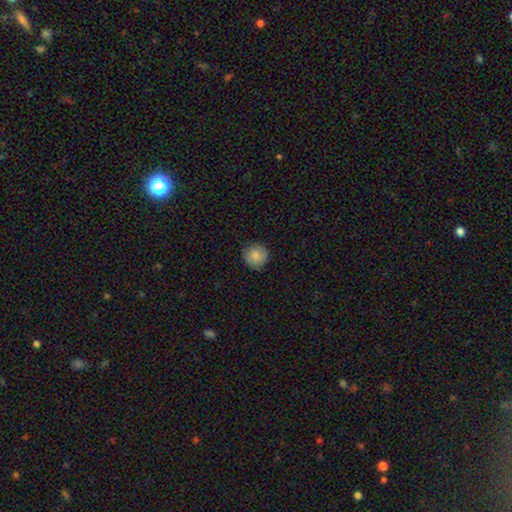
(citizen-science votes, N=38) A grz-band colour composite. It shows a smooth galaxy with no disk features (87%) that is round (97%). Merging: none (83%).